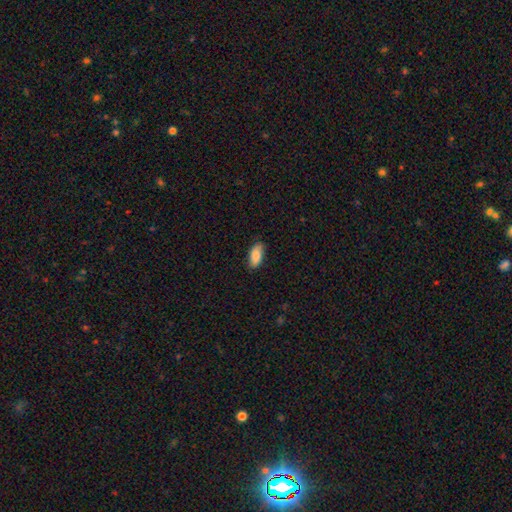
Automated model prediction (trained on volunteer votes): Q: Smooth or featured?
A: smooth (85%); runner-up: featured or disk (9%)
Q: How rounded?
A: in between (89%); runner-up: cigar-shaped (8%)
Q: Merging?
A: none (82%); runner-up: minor disturbance (15%)